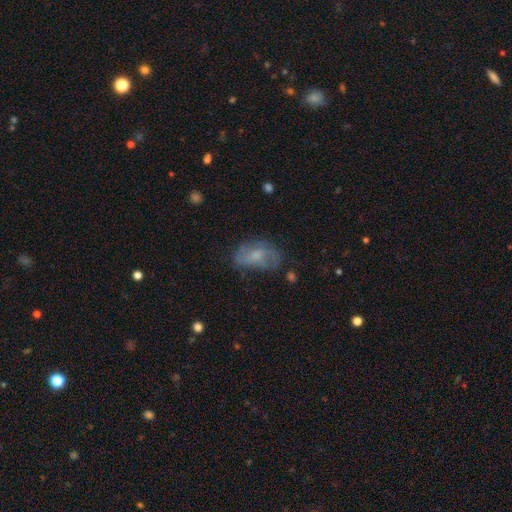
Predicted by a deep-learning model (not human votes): Smooth or featured? Predicted: smooth (p=0.47). Merging? Predicted: none (p=0.52).